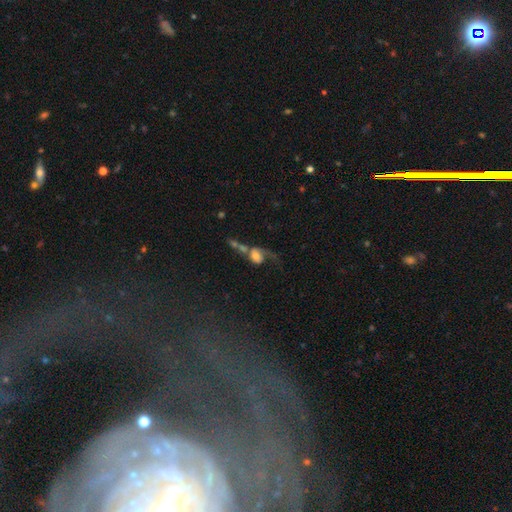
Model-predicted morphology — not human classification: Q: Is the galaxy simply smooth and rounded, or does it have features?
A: featured or disk — 48%.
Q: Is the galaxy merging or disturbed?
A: merger — 47%.